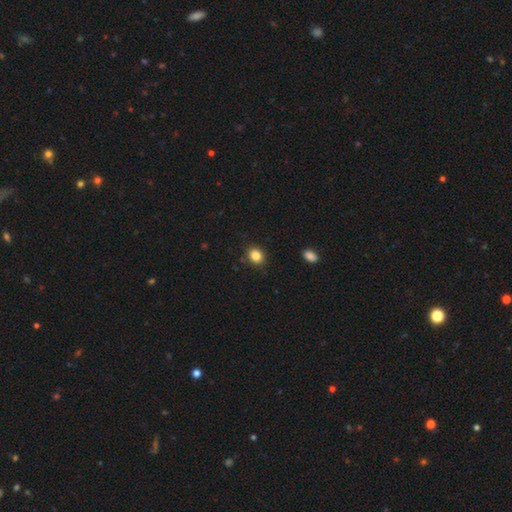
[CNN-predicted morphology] The model was most divided on "how rounded": round: 60%, in between: 39%, cigar-shaped: 1%. More confident: merging — none (87%); smooth or featured — smooth (86%).